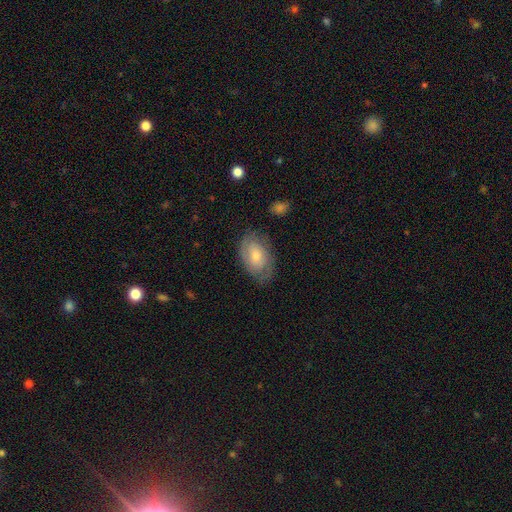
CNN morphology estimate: type=featured or disk (48%); merging=none (73%).